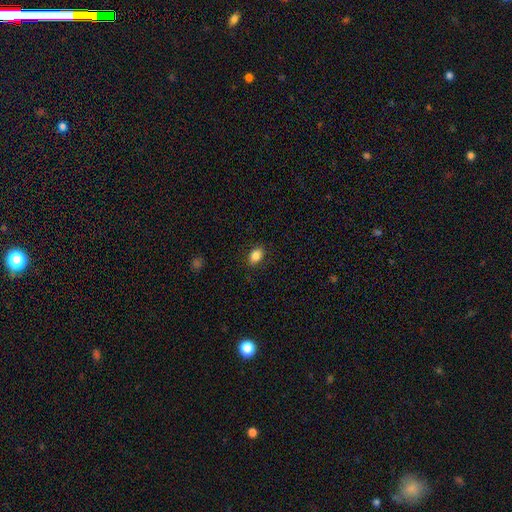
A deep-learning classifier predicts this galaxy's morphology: This is clearly a smooth galaxy (85%). How rounded: likely in between (79%). Merging: clearly none (88%).